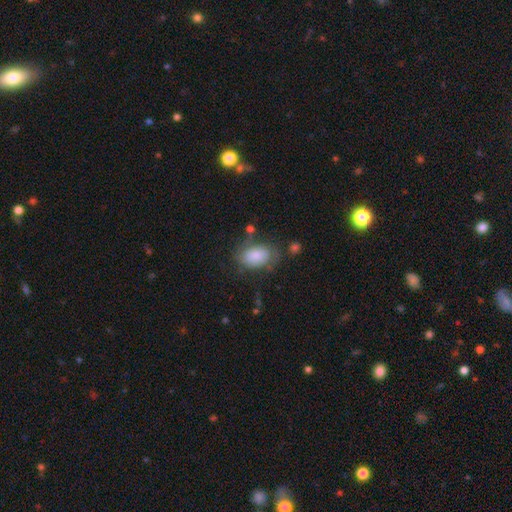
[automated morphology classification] Smooth or featured?
  - smooth: 70% *
  - featured or disk: 23%
  - star or artifact: 7%
How rounded?
  - in between: 87% *
  - round: 11%
  - cigar-shaped: 1%
Merging?
  - none: 56% *
  - minor disturbance: 26%
  - major disturbance: 14%
  - merger: 5%